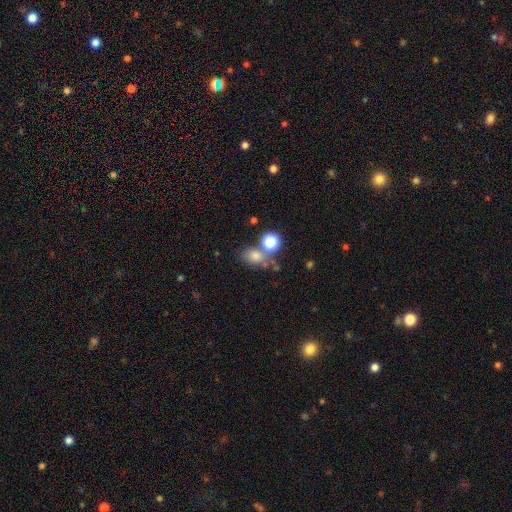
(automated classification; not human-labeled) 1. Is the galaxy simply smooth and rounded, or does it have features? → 72% smooth, 18% star or artifact, 10% featured or disk.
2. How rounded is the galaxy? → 55% in between, 44% round, 2% cigar-shaped.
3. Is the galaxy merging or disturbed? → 57% none, 23% merger, 13% minor disturbance, 6% major disturbance.